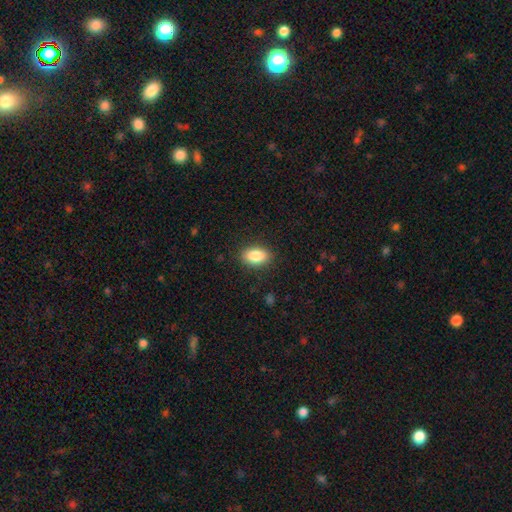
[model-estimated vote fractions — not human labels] Smooth or featured? Predicted: smooth (p=0.86). How rounded? Predicted: in between (p=0.88). Merging? Predicted: none (p=0.87).